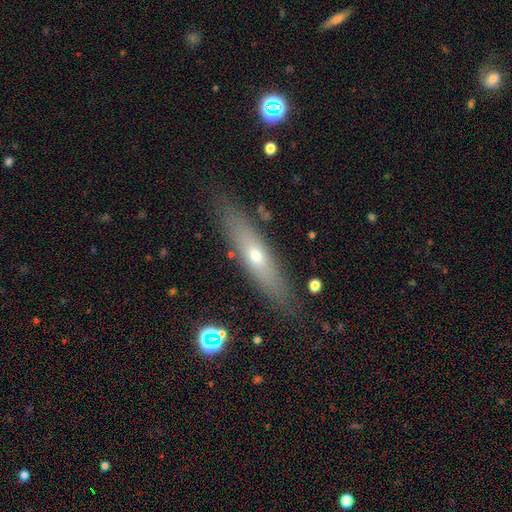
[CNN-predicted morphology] smooth_or_featured: smooth (p=0.51) [alt: featured or disk p=0.40]
how_rounded: cigar-shaped (p=0.73) [alt: in between p=0.25]
merging: none (p=0.82) [alt: minor disturbance p=0.12]